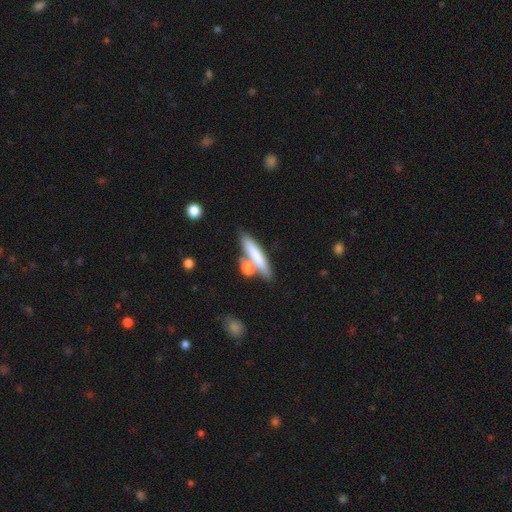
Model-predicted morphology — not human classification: smooth 70%, featured or disk 23%, star or artifact 7%. Down the decision tree: how rounded — cigar-shaped (79%); merging — none (62%).